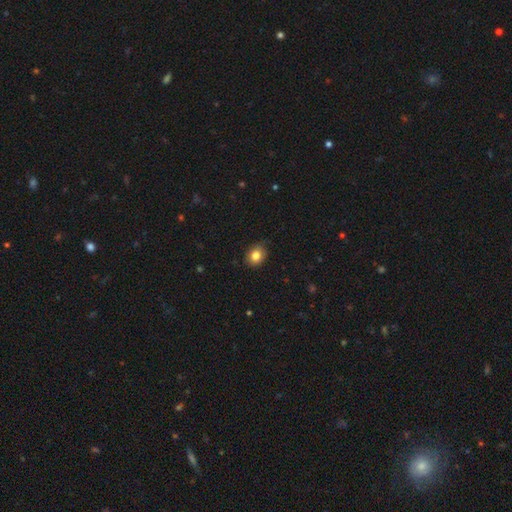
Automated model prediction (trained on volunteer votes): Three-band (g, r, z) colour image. It shows a smooth galaxy with no disk features (83%) that is round (52%). Merging: none (78%).